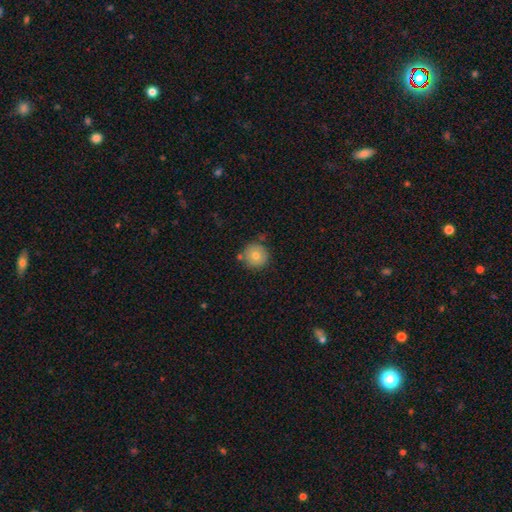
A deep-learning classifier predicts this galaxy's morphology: type=smooth (76%); roundness=round (95%); merging=none (81%).